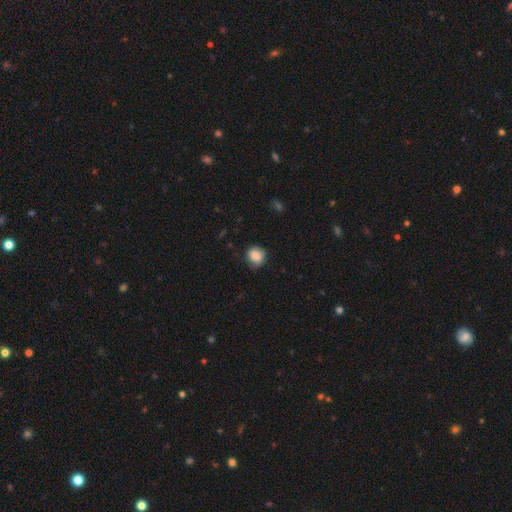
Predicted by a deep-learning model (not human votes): Q: Smooth or featured?
A: smooth (86%); runner-up: star or artifact (8%)
Q: How rounded?
A: round (76%); runner-up: in between (23%)
Q: Merging?
A: none (71%); runner-up: minor disturbance (23%)